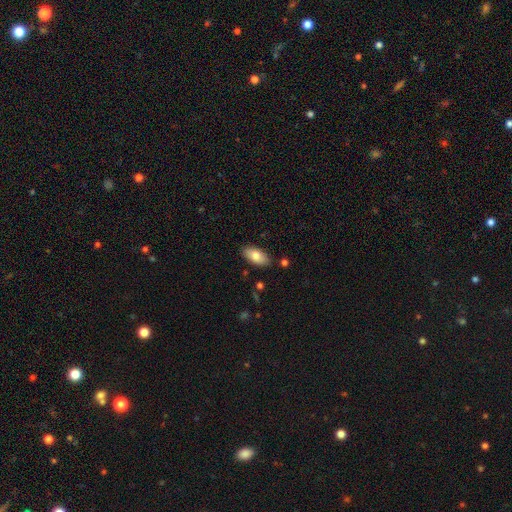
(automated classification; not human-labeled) The model was most divided on "smooth or featured": smooth: 82%, featured or disk: 11%, star or artifact: 6%. More confident: how rounded — in between (92%); merging — none (85%).